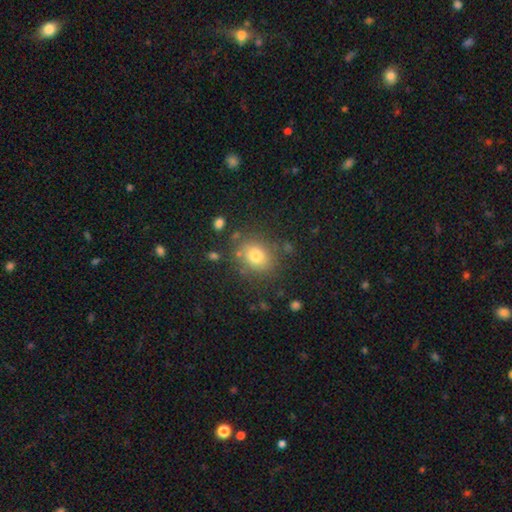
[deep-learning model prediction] Q: Smooth or featured?
A: smooth (77%); runner-up: star or artifact (13%)
Q: How rounded?
A: round (62%); runner-up: in between (37%)
Q: Merging?
A: none (80%); runner-up: minor disturbance (11%)